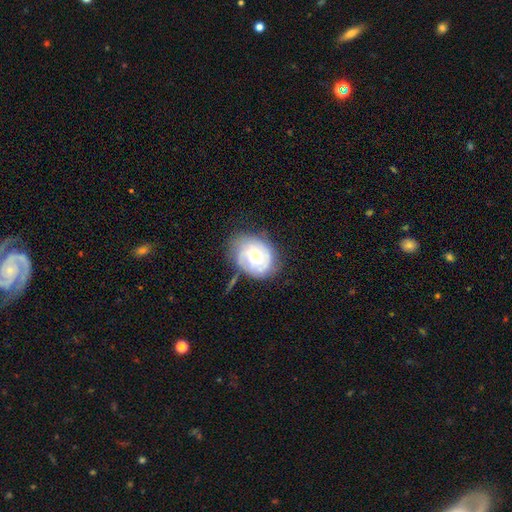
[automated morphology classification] A featured or disk galaxy (64%) with no bar (70%), tight (58%) spiral arms (82%) and a moderate central bulge (65%).

Vote fractions:
- Smooth or featured? featured or disk: 64% / smooth: 29% / star or artifact: 7%
- Edge-on disk? no: 97% / yes: 3%
- Bar? no: 70% / weak: 26% / strong: 5%
- Spiral arms? yes: 82% / no: 18%
- Spiral winding? tight: 58% / medium: 31% / loose: 11%
- Spiral arm count? can't tell: 38% / 2: 30% / 3: 17% / 1: 8% / 4: 4% / more than 4: 3%
- Bulge size? moderate: 65% / small: 24% / large: 8% / none: 1% / dominant: 1%
- Merging? none: 60% / minor disturbance: 25% / major disturbance: 11% / merger: 5%